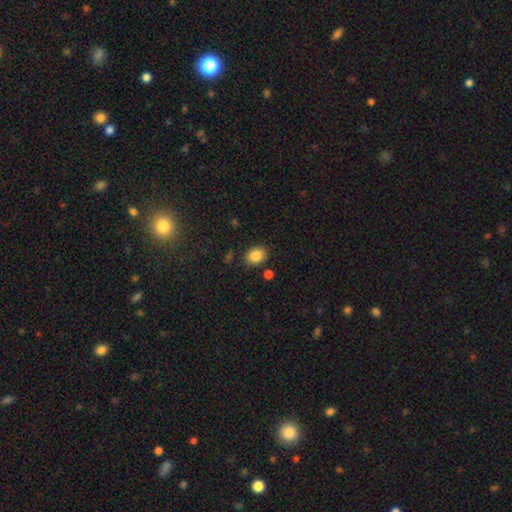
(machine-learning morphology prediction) This appears to be a smooth galaxy with no disk features (86%) that is in between round and cigar-shaped (58%). Merging: none (84%).